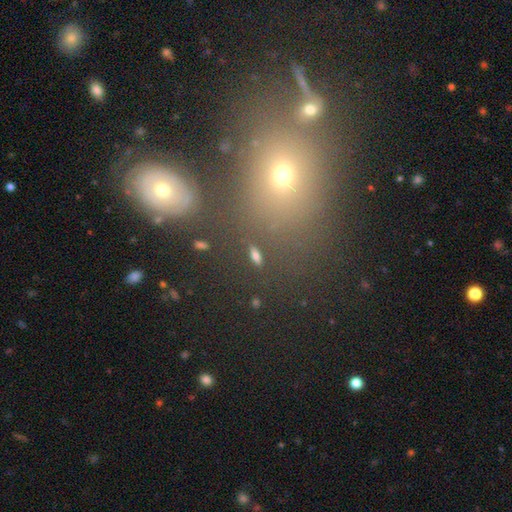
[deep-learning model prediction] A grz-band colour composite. It shows a smooth galaxy with no disk features (64%) that is in between round and cigar-shaped (66%). Merging: none (85%).